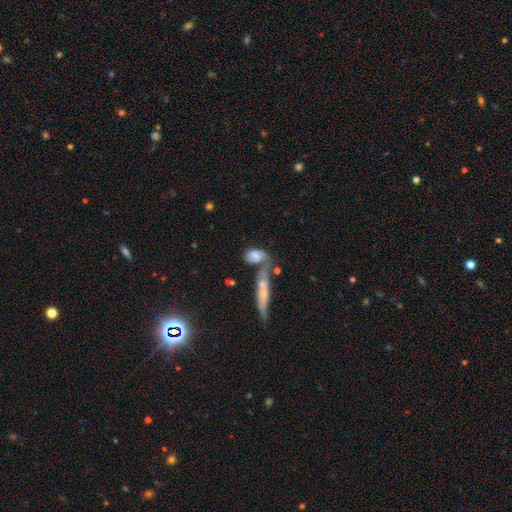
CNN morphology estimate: This appears to be a smooth galaxy with no disk features (60%) that is in between round and cigar-shaped (72%). Merging: merger (38%).